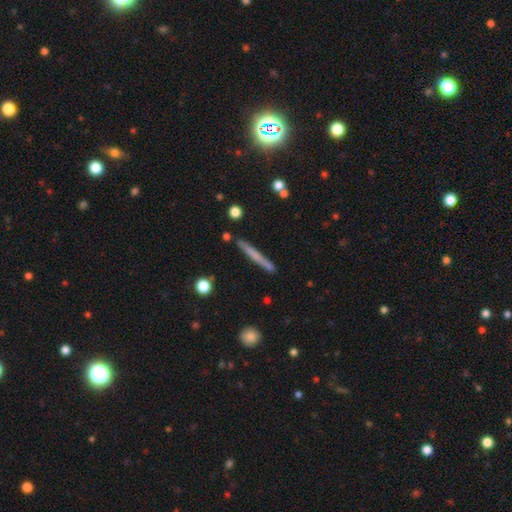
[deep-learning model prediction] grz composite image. It shows a smooth galaxy with no disk features (52%) that is cigar-shaped (96%). Merging: none (87%).